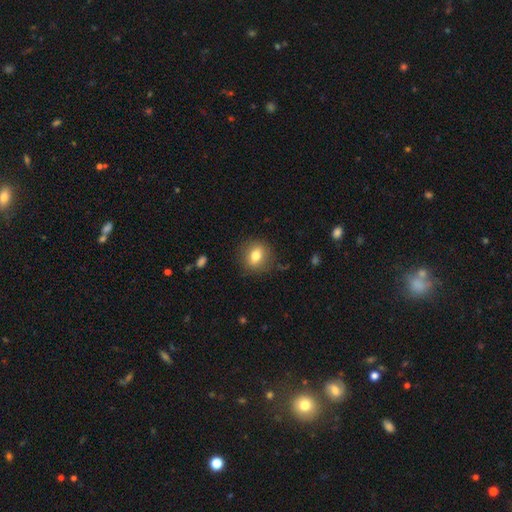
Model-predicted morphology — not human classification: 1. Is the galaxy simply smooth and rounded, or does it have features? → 76% smooth, 15% featured or disk, 9% star or artifact.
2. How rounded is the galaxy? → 66% round, 33% in between, 1% cigar-shaped.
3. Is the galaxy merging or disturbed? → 85% none, 10% minor disturbance, 3% major disturbance, 1% merger.